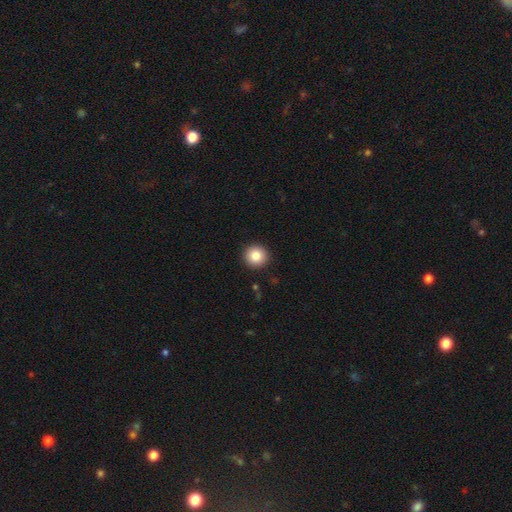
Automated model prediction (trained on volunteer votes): Smooth or featured?
  - smooth: 83% *
  - star or artifact: 9%
  - featured or disk: 7%
How rounded?
  - round: 94% *
  - in between: 5%
  - cigar-shaped: 1%
Merging?
  - none: 92% *
  - minor disturbance: 5%
  - major disturbance: 2%
  - merger: 1%